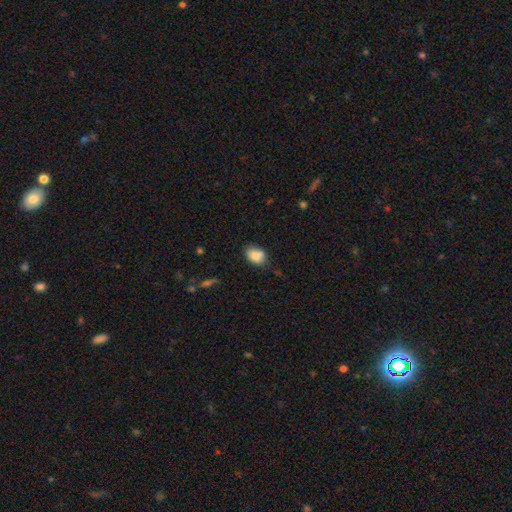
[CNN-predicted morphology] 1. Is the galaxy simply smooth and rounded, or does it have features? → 83% smooth, 8% star or artifact, 8% featured or disk.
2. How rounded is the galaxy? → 77% in between, 21% round, 1% cigar-shaped.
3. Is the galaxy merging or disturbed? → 62% none, 23% minor disturbance, 10% merger, 5% major disturbance.